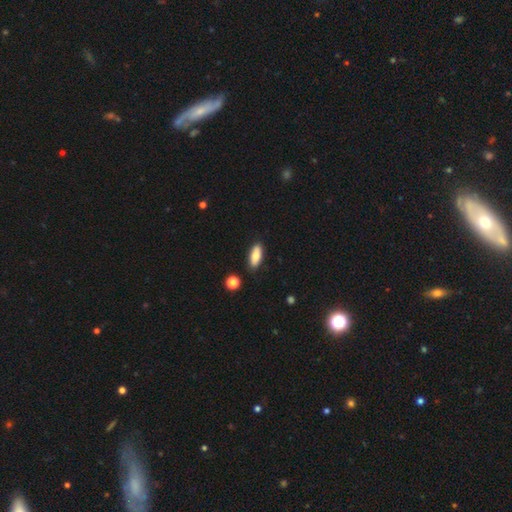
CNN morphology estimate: Smooth or featured? Predicted: smooth (p=0.78). How rounded? Predicted: in between (p=0.75). Merging? Predicted: none (p=0.87).